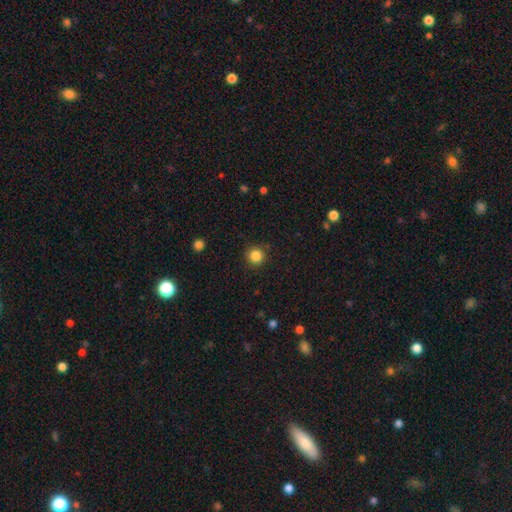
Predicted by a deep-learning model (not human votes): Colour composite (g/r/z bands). It shows a smooth galaxy with no disk features (85%) that is round (94%). Merging: none (89%).